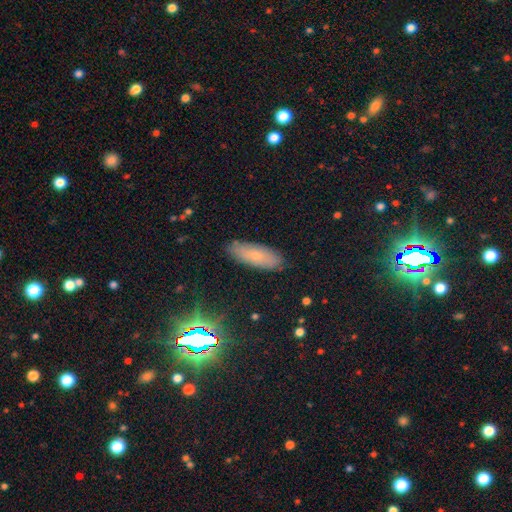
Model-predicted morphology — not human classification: Q: Smooth or featured?
A: smooth (62%); runner-up: featured or disk (24%)
Q: How rounded?
A: in between (66%); runner-up: cigar-shaped (31%)
Q: Merging?
A: none (85%); runner-up: minor disturbance (11%)